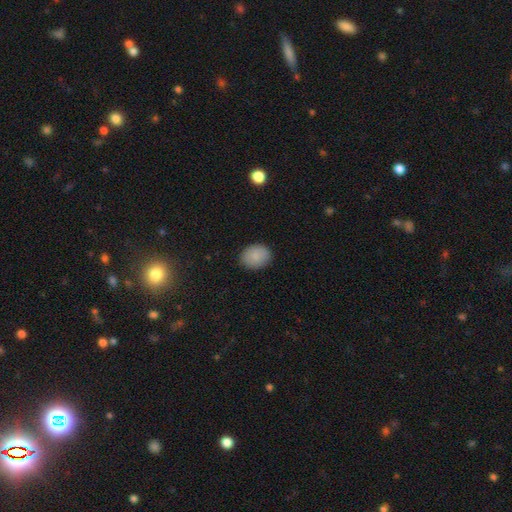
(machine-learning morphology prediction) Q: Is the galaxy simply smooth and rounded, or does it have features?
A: smooth — 87%.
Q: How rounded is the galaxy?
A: round — 55%.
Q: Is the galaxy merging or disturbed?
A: none — 88%.